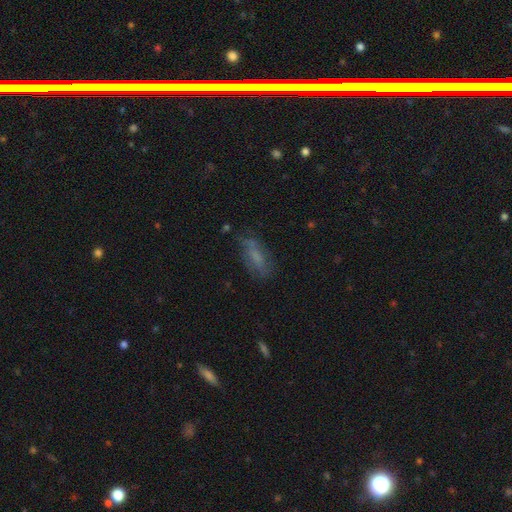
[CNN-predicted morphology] A smooth galaxy with no disk features (56%) that is in between round and cigar-shaped (70%). Merging: none (62%).